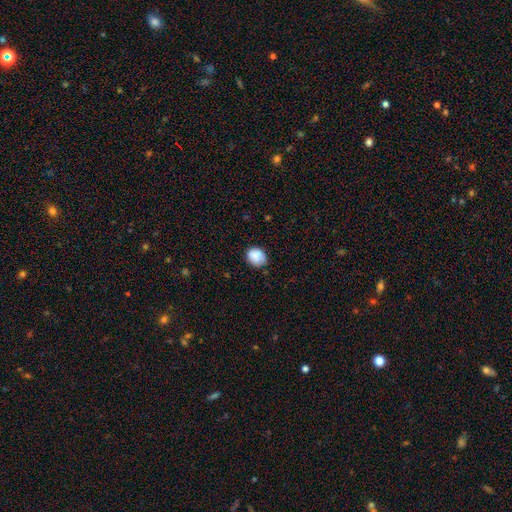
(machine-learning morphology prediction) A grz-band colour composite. It shows a smooth galaxy with no disk features (83%) that is round (56%). Merging: none (70%).